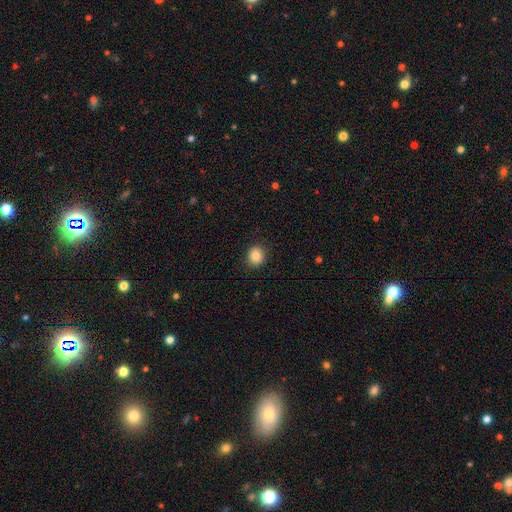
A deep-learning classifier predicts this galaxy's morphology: The model was most divided on "how rounded": round: 81%, in between: 18%, cigar-shaped: 1%. More confident: merging — none (90%); smooth or featured — smooth (83%).